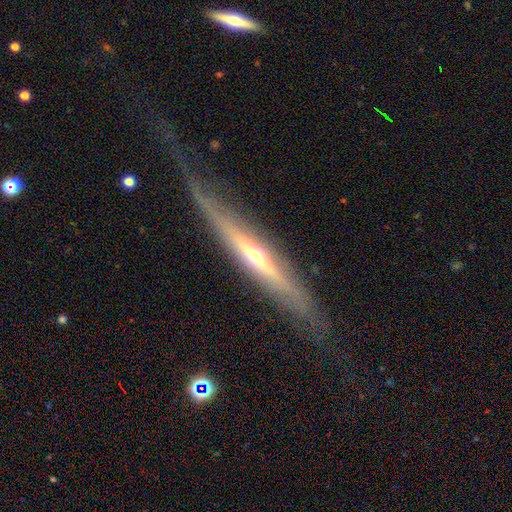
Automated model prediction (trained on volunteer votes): A featured or disk galaxy (76%) viewed edge-on (85%) with a rounded central bulge (75%).

Vote fractions:
- Smooth or featured? featured or disk: 76% / smooth: 18% / star or artifact: 6%
- Edge-on disk? yes: 85% / no: 15%
- Edge-on bulge? rounded: 75% / none: 21% / boxy: 4%
- Merging? none: 61% / minor disturbance: 21% / major disturbance: 15% / merger: 2%